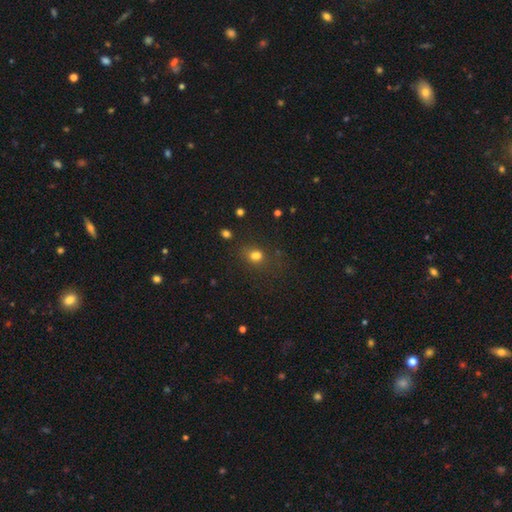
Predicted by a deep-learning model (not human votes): smooth-or-featured: smooth: 73% | star or artifact: 18% | featured or disk: 9%
  how-rounded: round: 56% | in between: 43% | cigar-shaped: 2%
  merging: none: 59% | minor disturbance: 17% | merger: 15% | major disturbance: 9%